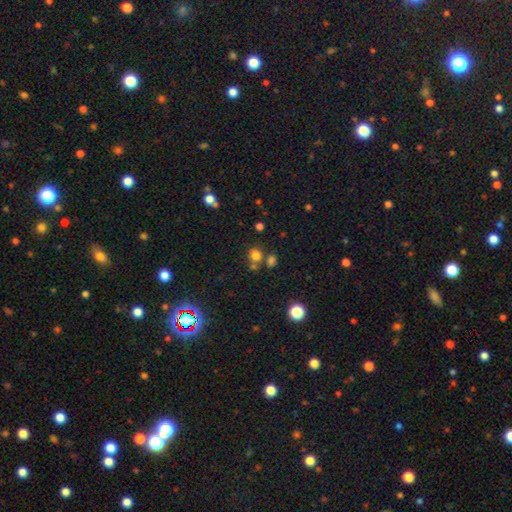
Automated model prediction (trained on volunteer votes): Smooth or featured? smooth (74%)
How rounded? round (71%)
Merging? none (61%)